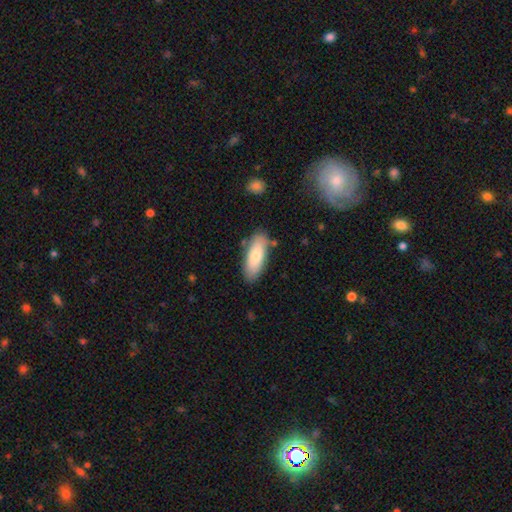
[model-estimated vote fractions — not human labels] smooth-or-featured: smooth: 77% | featured or disk: 17% | star or artifact: 6%
  how-rounded: in between: 73% | cigar-shaped: 25% | round: 2%
  merging: none: 79% | minor disturbance: 14% | merger: 4% | major disturbance: 3%